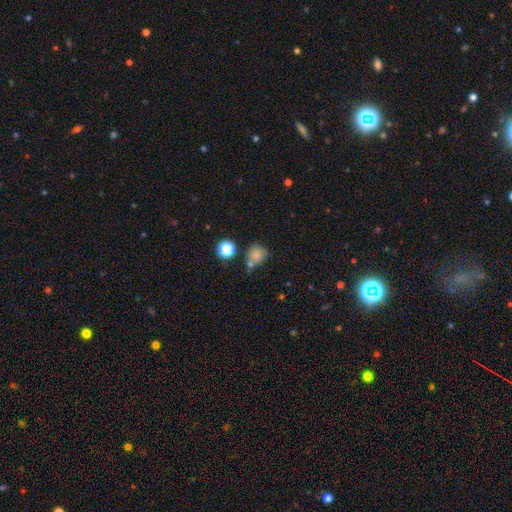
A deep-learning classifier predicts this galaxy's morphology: type=smooth (78%); roundness=round (82%); merging=none (56%).